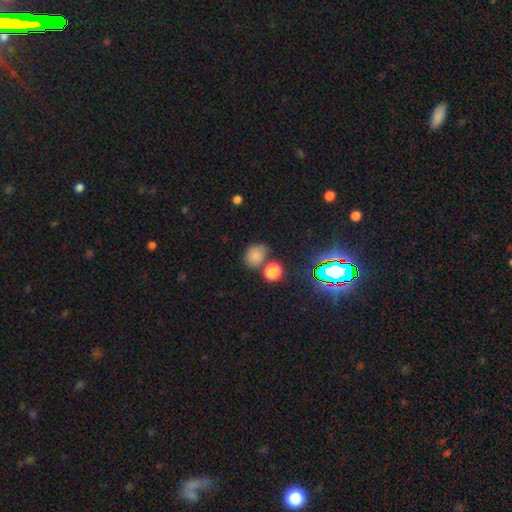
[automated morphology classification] smooth_or_featured: smooth (p=0.75) [alt: star or artifact p=0.18]
how_rounded: round (p=0.57) [alt: in between p=0.41]
merging: none (p=0.67) [alt: minor disturbance p=0.14]